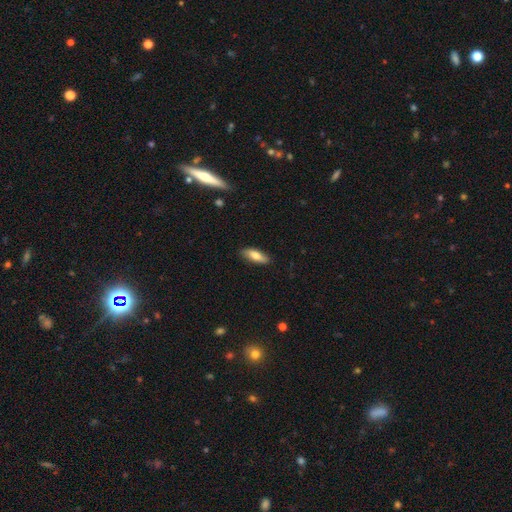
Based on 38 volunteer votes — Smooth or featured: smooth — 68% (featured or disk — 26%)
How rounded: in between — 69% (cigar-shaped — 31%)
Merging: none — 81% (minor disturbance — 14%)